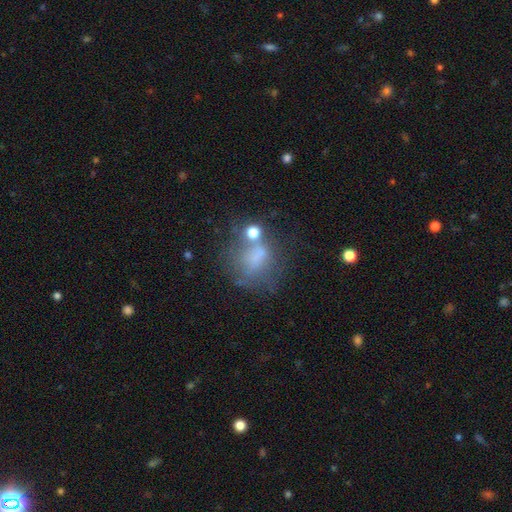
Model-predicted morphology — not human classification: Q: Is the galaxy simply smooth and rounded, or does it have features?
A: smooth — 53%.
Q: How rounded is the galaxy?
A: round — 62%.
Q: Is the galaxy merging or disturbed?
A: none — 40%.